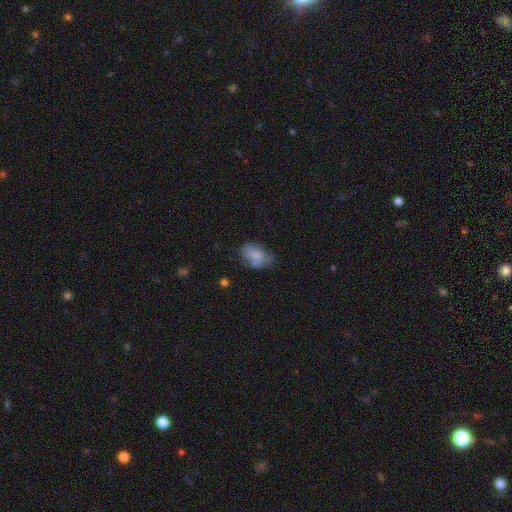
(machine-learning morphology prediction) smooth 67%, featured or disk 23%, star or artifact 9%. Down the decision tree: how rounded — in between (84%); merging — none (43%).